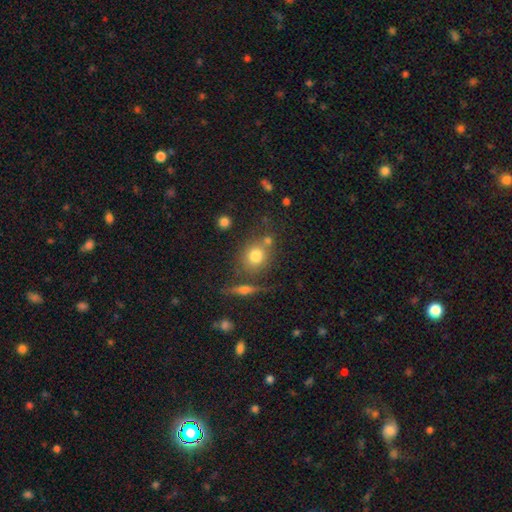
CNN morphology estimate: This is likely a smooth galaxy (76%). How rounded: likely round (73%). Merging: likely none (64%).